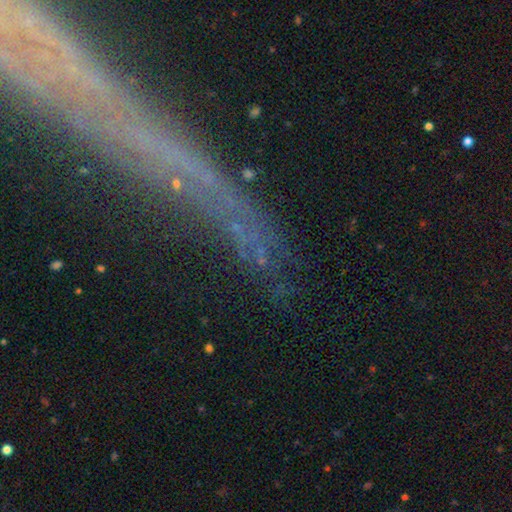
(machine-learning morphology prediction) type=star or artifact (49%).